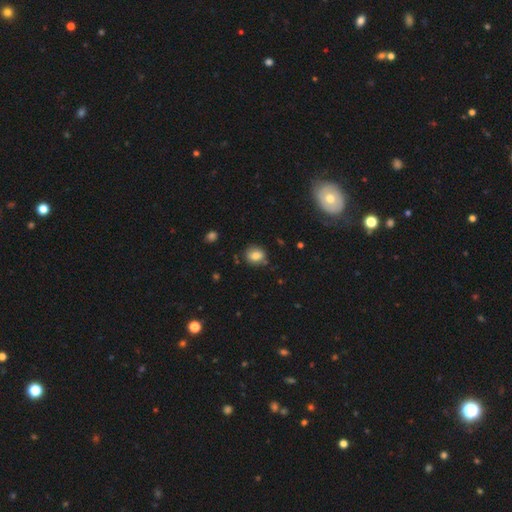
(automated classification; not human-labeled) Smooth or featured? smooth (82%)
How rounded? round (58%)
Merging? none (79%)